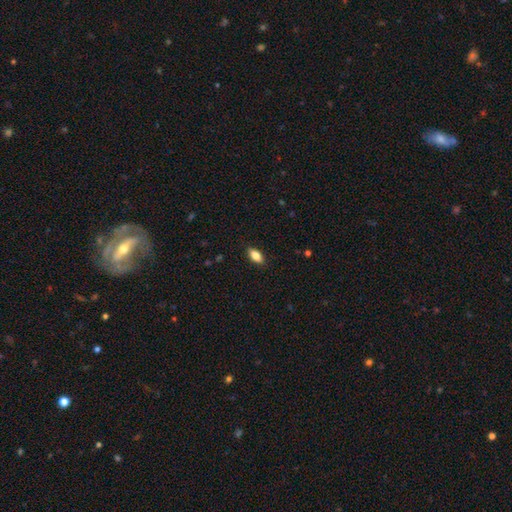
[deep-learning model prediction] A smooth galaxy with no disk features (79%) that is in between round and cigar-shaped (85%).

Vote fractions:
- Smooth or featured? smooth: 79% / featured or disk: 14% / star or artifact: 7%
- How rounded? in between: 85% / cigar-shaped: 12% / round: 3%
- Merging? none: 88% / minor disturbance: 9% / major disturbance: 2% / merger: 1%